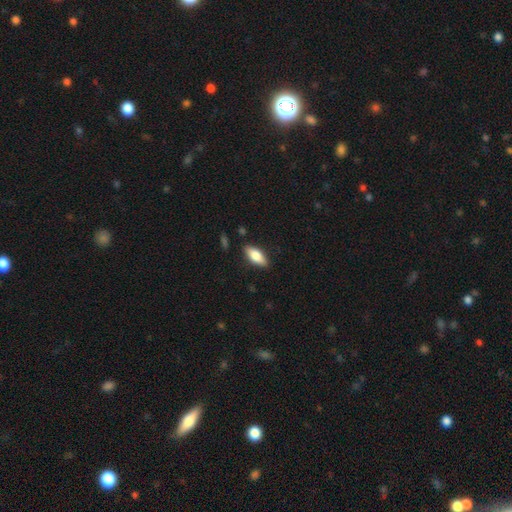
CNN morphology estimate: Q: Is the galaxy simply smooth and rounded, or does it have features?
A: smooth — 76%.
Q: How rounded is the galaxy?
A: in between — 81%.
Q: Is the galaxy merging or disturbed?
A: none — 85%.